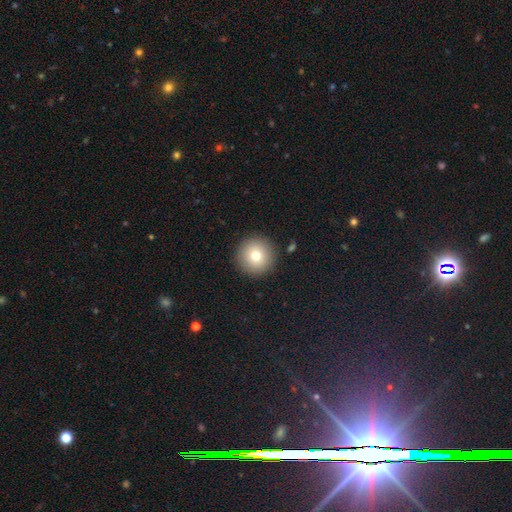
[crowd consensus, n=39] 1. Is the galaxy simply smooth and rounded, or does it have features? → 87% smooth, 13% featured or disk, 0% star or artifact.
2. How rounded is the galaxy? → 100% round, 0% in between, 0% cigar-shaped.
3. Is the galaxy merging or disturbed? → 87% none, 8% major disturbance, 3% minor disturbance, 3% merger.